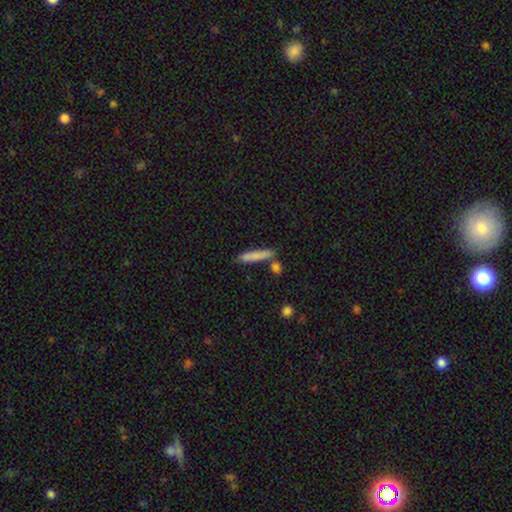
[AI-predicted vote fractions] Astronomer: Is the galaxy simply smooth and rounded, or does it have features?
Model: smooth — 79%.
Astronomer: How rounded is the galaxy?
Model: cigar-shaped — 89%.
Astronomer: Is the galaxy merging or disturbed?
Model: none — 73%.